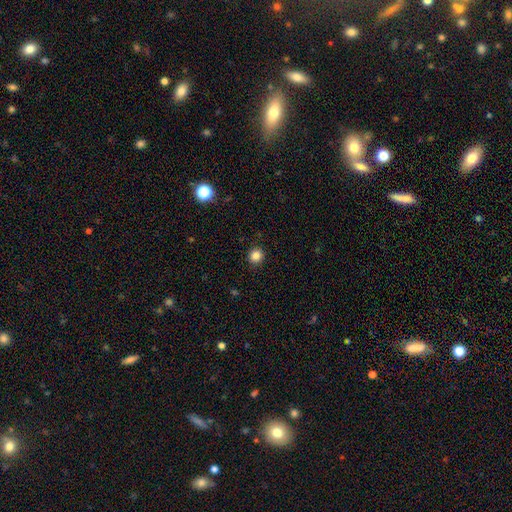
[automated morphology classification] The model was most divided on "smooth or featured": smooth: 85%, star or artifact: 12%, featured or disk: 4%. More confident: merging — none (91%); how rounded — round (91%).